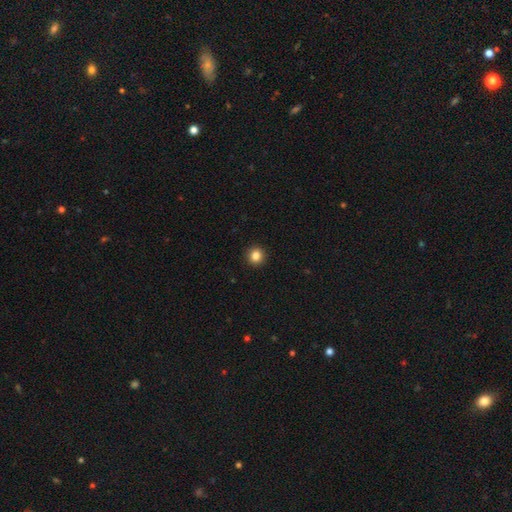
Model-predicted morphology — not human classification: The model was most divided on "smooth or featured": smooth: 85%, star or artifact: 11%, featured or disk: 5%. More confident: merging — none (93%); how rounded — round (93%).